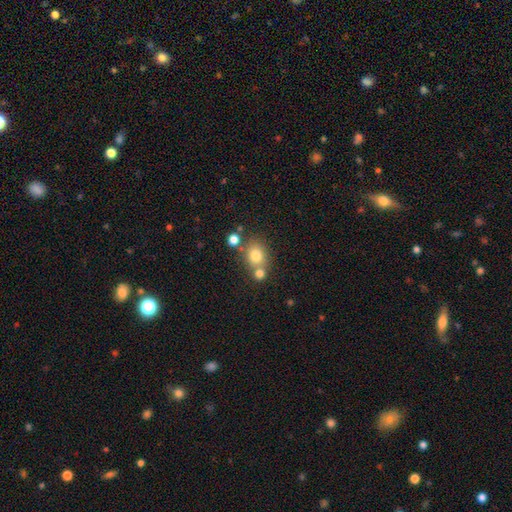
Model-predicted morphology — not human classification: Smooth or featured? Predicted: smooth (p=0.76). How rounded? Predicted: round (p=0.66). Merging? Predicted: none (p=0.58).